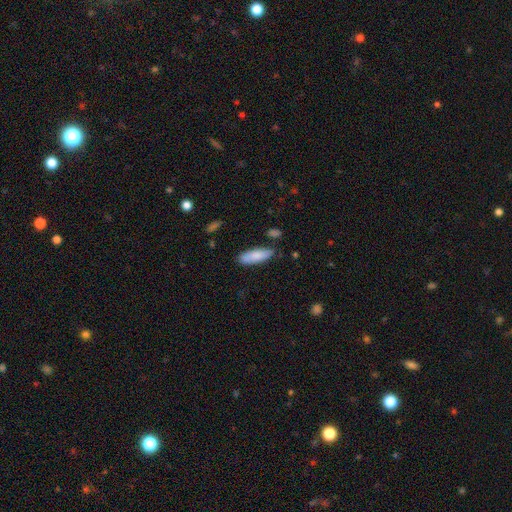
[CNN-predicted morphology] Overall: smooth (83%). How rounded: in between (53%; cigar-shaped 45%). Merging: none (78%).